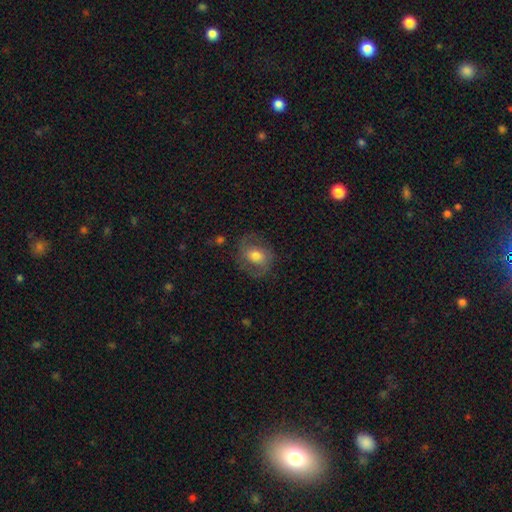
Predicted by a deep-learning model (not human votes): Morphology: type=featured or disk (53%); edge-on=no (96%); bar=no (51%); spiral arms=yes (78%); bulge=moderate (67%); merging=none (70%).